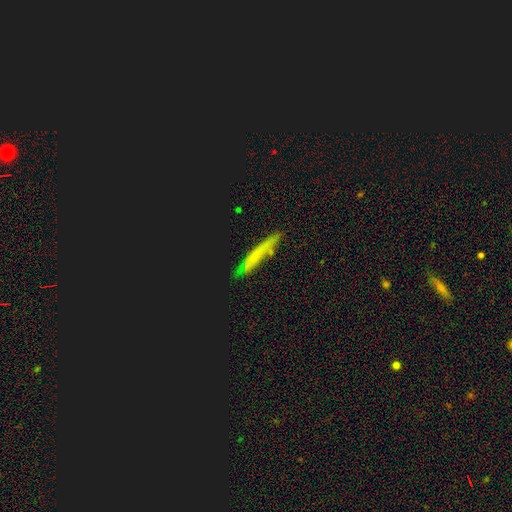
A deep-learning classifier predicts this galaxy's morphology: Q: Smooth or featured?
A: smooth (42%); runner-up: star or artifact (31%)
Q: Merging?
A: none (73%); runner-up: minor disturbance (19%)